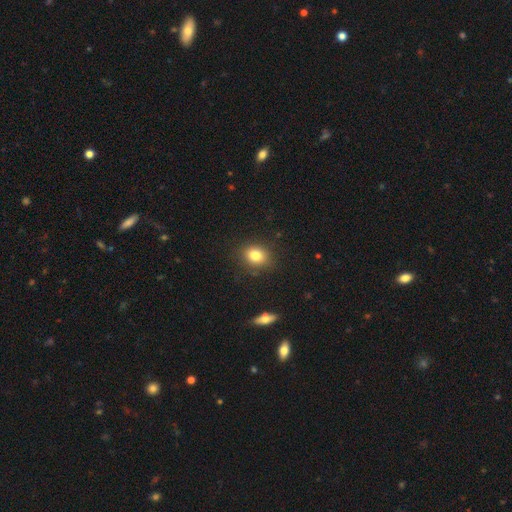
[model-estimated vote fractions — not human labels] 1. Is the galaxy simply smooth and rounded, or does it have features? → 81% smooth, 11% star or artifact, 8% featured or disk.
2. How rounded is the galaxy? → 51% round, 48% in between, 1% cigar-shaped.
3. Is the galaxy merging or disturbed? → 83% none, 12% minor disturbance, 3% major disturbance, 2% merger.